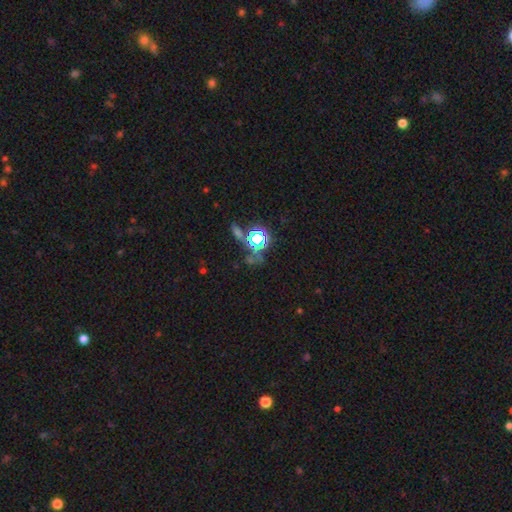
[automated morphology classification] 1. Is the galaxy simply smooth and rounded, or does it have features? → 71% star or artifact, 20% smooth, 10% featured or disk.